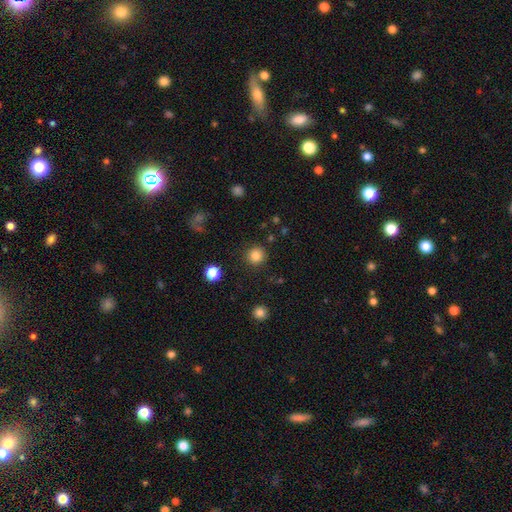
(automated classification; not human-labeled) Smooth or featured? smooth (84%)
How rounded? round (94%)
Merging? none (90%)